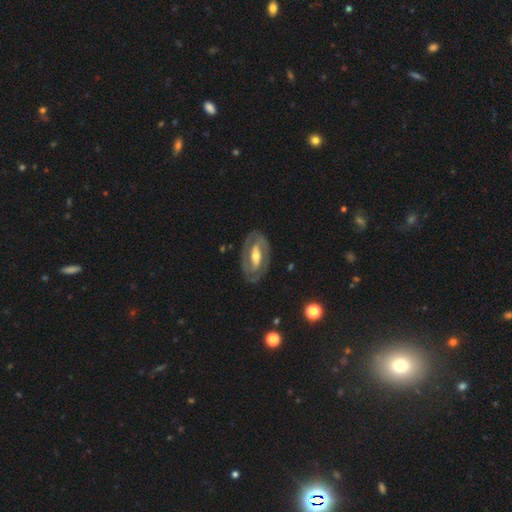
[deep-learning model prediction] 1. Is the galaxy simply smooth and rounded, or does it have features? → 82% featured or disk, 14% smooth, 4% star or artifact.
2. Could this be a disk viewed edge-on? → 93% no, 7% yes.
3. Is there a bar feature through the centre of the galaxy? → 53% strong, 28% weak, 19% no.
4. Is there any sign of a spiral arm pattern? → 77% yes, 23% no.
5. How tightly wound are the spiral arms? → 54% tight, 35% medium, 11% loose.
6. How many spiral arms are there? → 83% 2, 10% can't tell, 4% 1, 2% 3, 1% 4, 1% more than 4.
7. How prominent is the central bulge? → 63% moderate, 28% small, 7% large, 1% none, 1% dominant.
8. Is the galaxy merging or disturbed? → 82% none, 12% minor disturbance, 5% major disturbance, 1% merger.